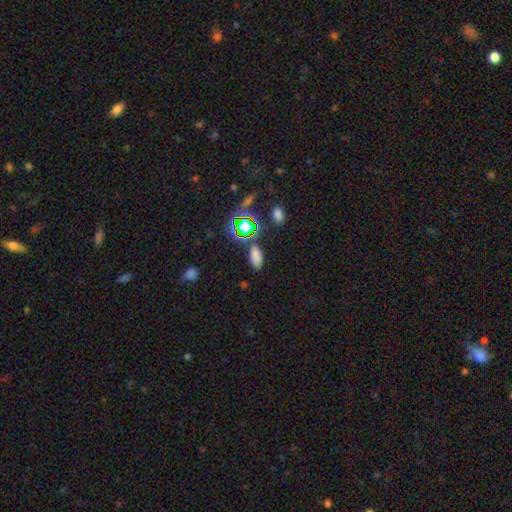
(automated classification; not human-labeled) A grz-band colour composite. It shows a smooth galaxy with no disk features (70%) that is in between round and cigar-shaped (90%). Merging: none (81%).